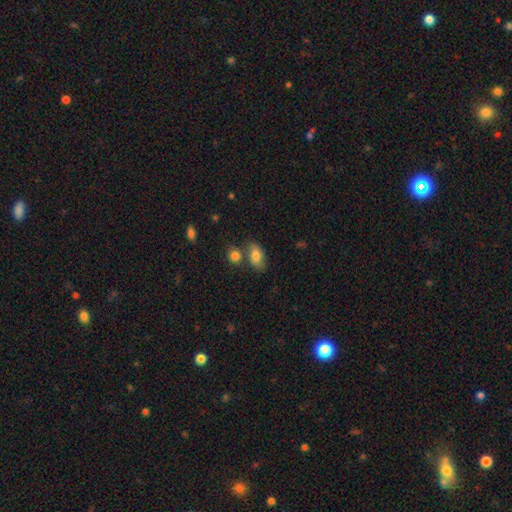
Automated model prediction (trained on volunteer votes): This appears to be a smooth galaxy with no disk features (77%) that is in between round and cigar-shaped (88%). Merging: none (60%).